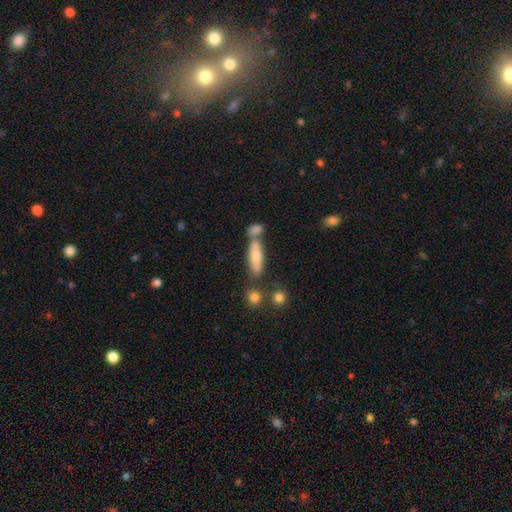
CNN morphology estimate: A smooth galaxy with no disk features (69%) that is in between round and cigar-shaped (51%).

Vote fractions:
- Smooth or featured? smooth: 69% / featured or disk: 24% / star or artifact: 7%
- How rounded? in between: 51% / cigar-shaped: 46% / round: 3%
- Merging? none: 50% / merger: 32% / minor disturbance: 14% / major disturbance: 5%